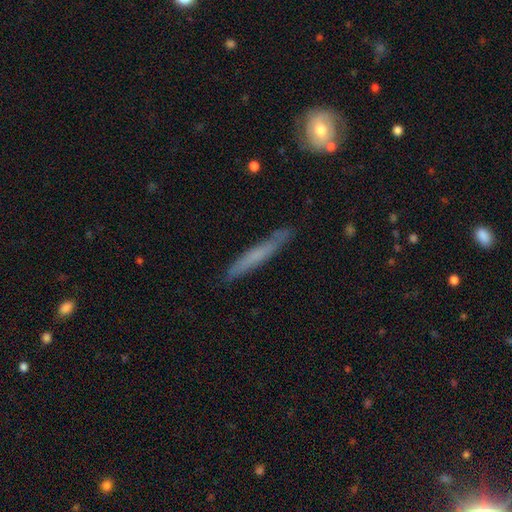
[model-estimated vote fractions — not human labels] smooth-or-featured: smooth: 53% | featured or disk: 40% | star or artifact: 7%
  how-rounded: cigar-shaped: 95% | in between: 3% | round: 2%
  merging: none: 83% | minor disturbance: 13% | major disturbance: 2% | merger: 2%